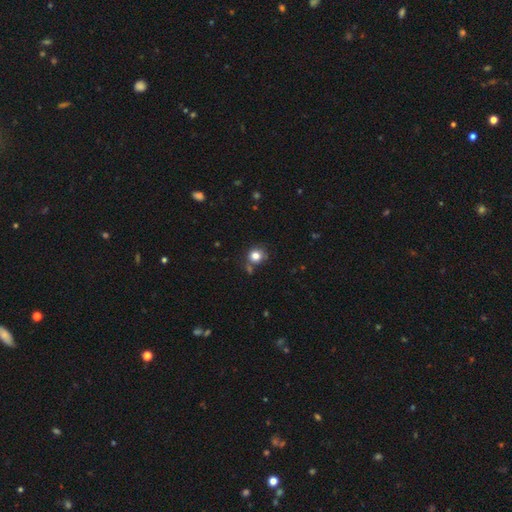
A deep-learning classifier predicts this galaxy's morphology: smooth_or_featured: smooth (p=0.81) [alt: star or artifact p=0.12]
how_rounded: round (p=0.87) [alt: in between p=0.12]
merging: none (p=0.71) [alt: minor disturbance p=0.14]